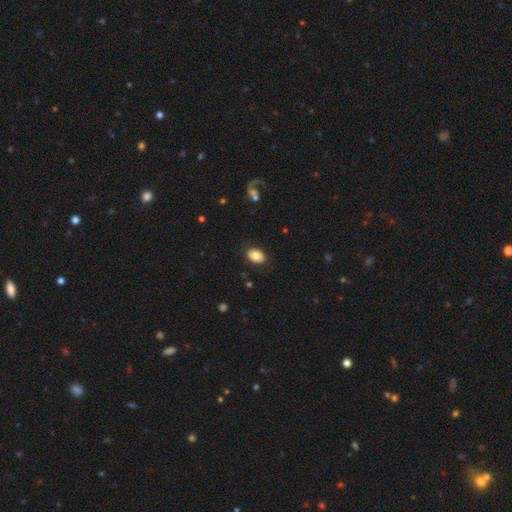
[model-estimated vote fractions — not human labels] Morphology: type=smooth (80%); roundness=in between (81%); merging=none (83%).